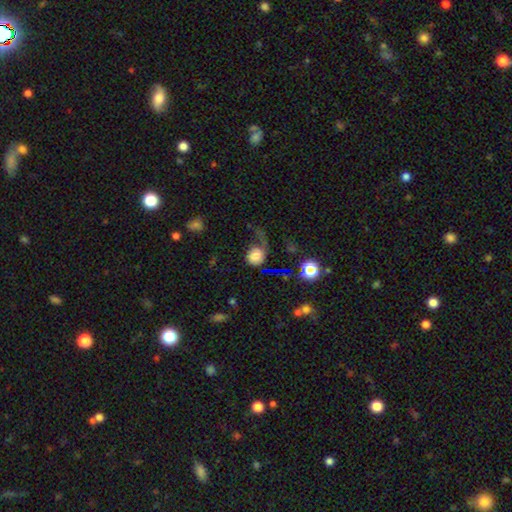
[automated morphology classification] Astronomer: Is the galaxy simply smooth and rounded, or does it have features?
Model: smooth — 63%.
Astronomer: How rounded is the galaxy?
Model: round — 60% (runner-up: in between, 38%).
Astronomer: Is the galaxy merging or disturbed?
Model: major disturbance — 50% (runner-up: none, 25%).